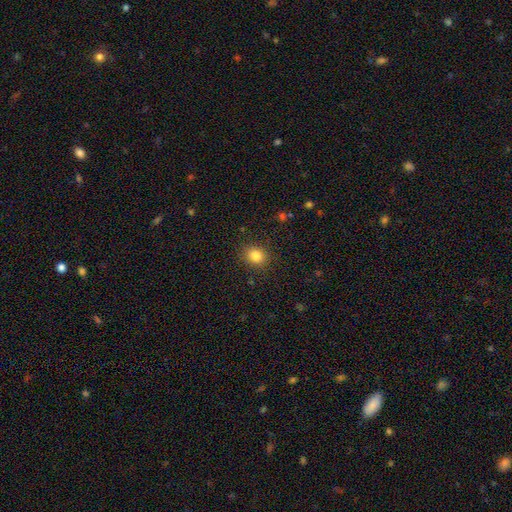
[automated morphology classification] smooth 83%, star or artifact 11%, featured or disk 5%. Down the decision tree: how rounded — round (69%); merging — none (88%).